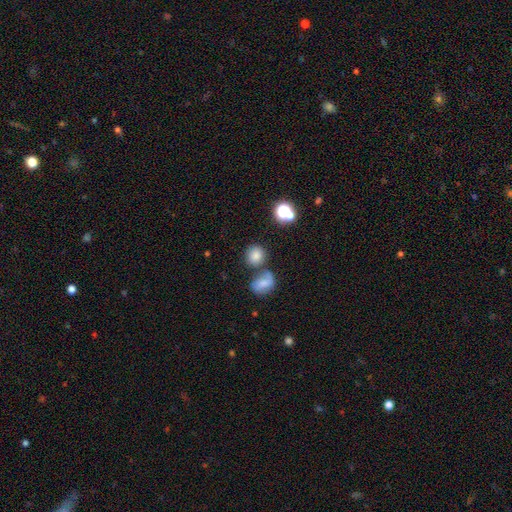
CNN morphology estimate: This is likely a smooth galaxy (76%). How rounded: likely round (77%). Merging: possibly none (58%).